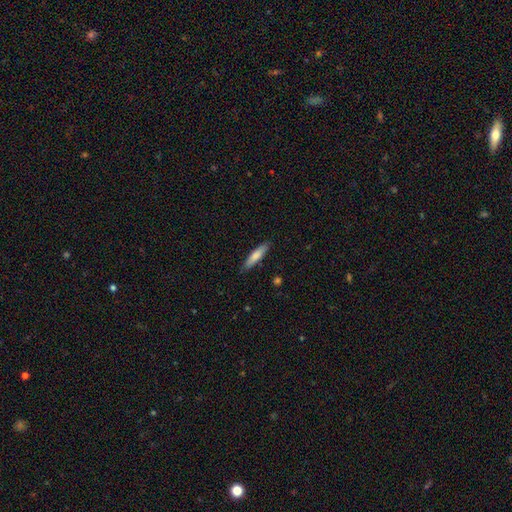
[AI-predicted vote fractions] Overall: smooth (75%). How rounded: cigar-shaped (82%). Merging: none (87%).